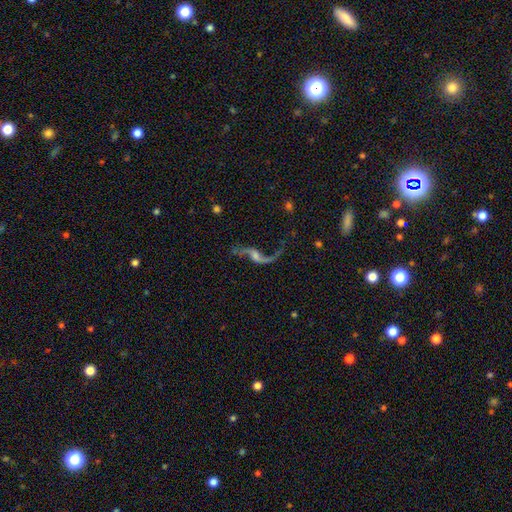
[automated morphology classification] A featured or disk galaxy (88%) with no bar (47%), 2 (92%) loose (94%) spiral arms (95%) and a small central bulge (41%).

Vote fractions:
- Smooth or featured? featured or disk: 88% / star or artifact: 6% / smooth: 6%
- Edge-on disk? no: 92% / yes: 8%
- Bar? no: 47% / weak: 36% / strong: 17%
- Spiral arms? yes: 95% / no: 5%
- Spiral winding? loose: 94% / medium: 4% / tight: 2%
- Spiral arm count? 2: 92% / 1: 4% / can't tell: 1% / 3: 1% / 4: 1% / more than 4: 1%
- Bulge size? small: 41% / moderate: 33% / none: 17% / large: 7% / dominant: 2%
- Merging? none: 68% / major disturbance: 14% / minor disturbance: 14% / merger: 4%